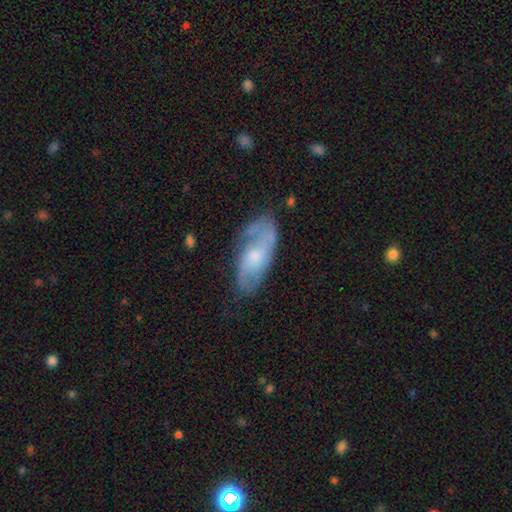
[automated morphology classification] The model was most divided on "bulge size": moderate: 43%, small: 41%, none: 8%, large: 7%, dominant: 1%. Remaining: edge-on disk — no (92%); spiral arms — yes (86%); spiral arm count — 2 (70%); smooth or featured — featured or disk (68%); bar — no (63%); merging — none (62%); spiral winding — medium (46%).